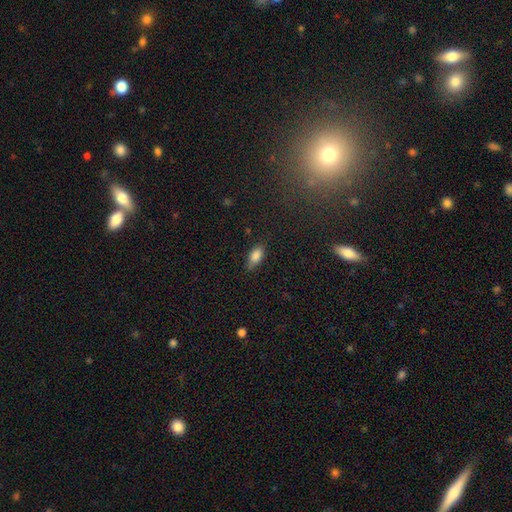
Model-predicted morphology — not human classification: smooth_or_featured: smooth (p=0.84) [alt: featured or disk p=0.08]
how_rounded: in between (p=0.87) [alt: cigar-shaped p=0.10]
merging: none (p=0.76) [alt: minor disturbance p=0.18]